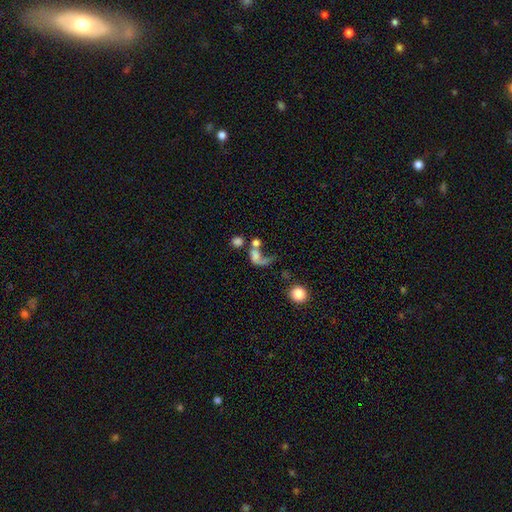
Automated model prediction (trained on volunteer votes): smooth-or-featured: smooth: 47% | featured or disk: 39% | star or artifact: 14%
  merging: merger: 39% | major disturbance: 35% | none: 17% | minor disturbance: 9%